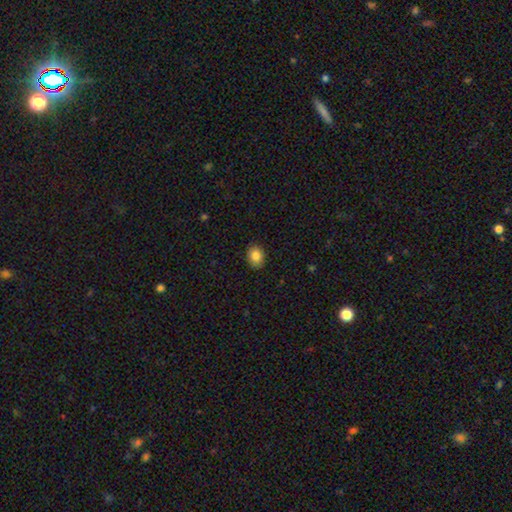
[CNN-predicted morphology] Smooth or featured?
  - smooth: 84% *
  - star or artifact: 9%
  - featured or disk: 7%
How rounded?
  - in between: 57% *
  - round: 42%
  - cigar-shaped: 1%
Merging?
  - none: 88% *
  - minor disturbance: 9%
  - major disturbance: 2%
  - merger: 1%